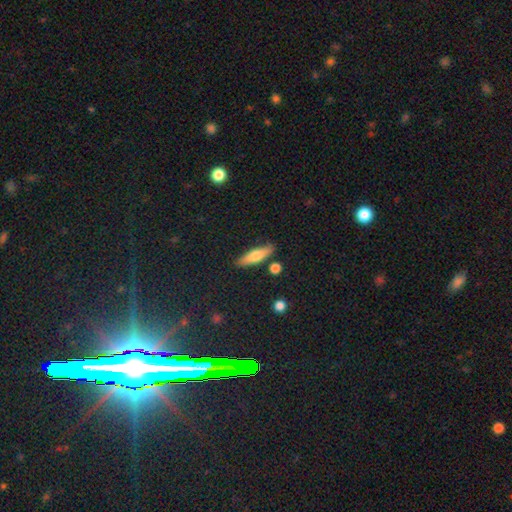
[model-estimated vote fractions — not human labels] The model was most divided on "how rounded": cigar-shaped: 64%, in between: 33%, round: 3%. More confident: merging — none (81%); smooth or featured — smooth (64%).